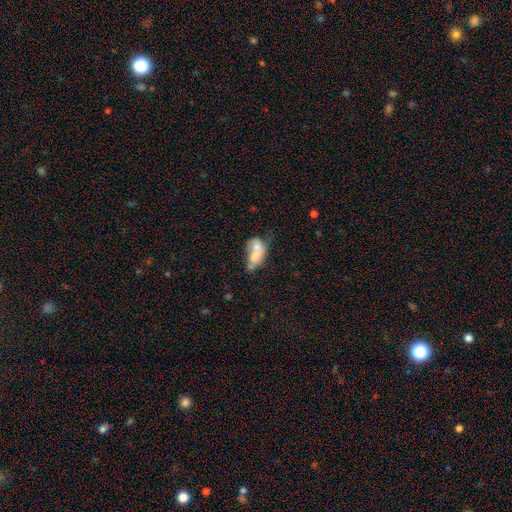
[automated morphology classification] smooth_or_featured: smooth (p=0.62) [alt: featured or disk p=0.29]
how_rounded: in between (p=0.80) [alt: round p=0.17]
merging: merger (p=0.63) [alt: none p=0.16]